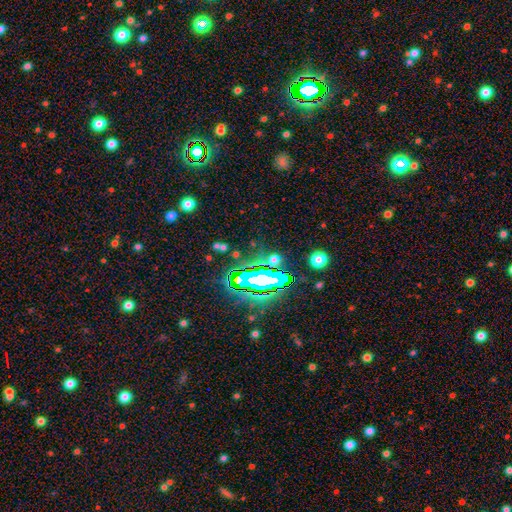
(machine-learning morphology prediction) Smooth or featured? star or artifact (67%)